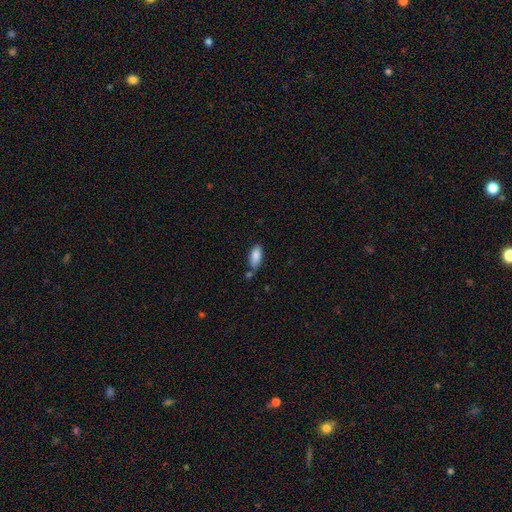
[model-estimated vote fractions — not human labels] Q: Smooth or featured?
A: smooth (85%); runner-up: featured or disk (8%)
Q: How rounded?
A: in between (86%); runner-up: cigar-shaped (12%)
Q: Merging?
A: none (60%); runner-up: minor disturbance (21%)